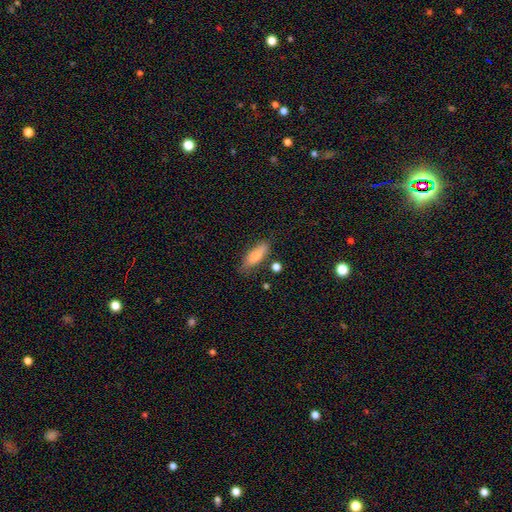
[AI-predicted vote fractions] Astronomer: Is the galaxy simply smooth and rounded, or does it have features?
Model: smooth — 77%.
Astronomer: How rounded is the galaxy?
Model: in between — 61% (runner-up: cigar-shaped, 37%).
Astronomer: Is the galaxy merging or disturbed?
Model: none — 75%.